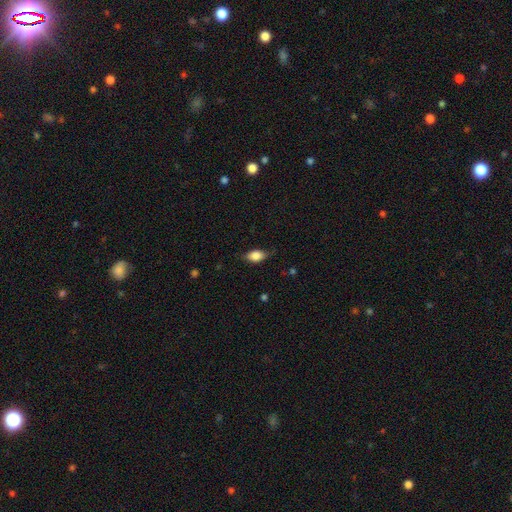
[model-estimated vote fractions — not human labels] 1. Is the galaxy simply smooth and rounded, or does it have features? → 82% smooth, 11% featured or disk, 7% star or artifact.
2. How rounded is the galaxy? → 86% in between, 10% round, 4% cigar-shaped.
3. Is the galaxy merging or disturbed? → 72% none, 22% minor disturbance, 5% major disturbance, 1% merger.